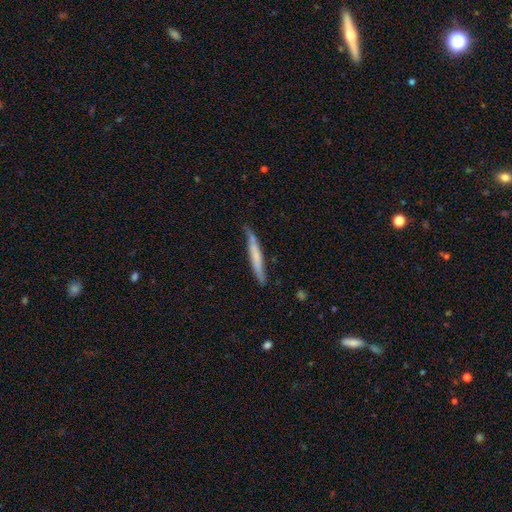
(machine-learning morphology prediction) Q: Smooth or featured?
A: smooth (55%); runner-up: featured or disk (39%)
Q: How rounded?
A: cigar-shaped (95%); runner-up: in between (3%)
Q: Merging?
A: none (72%); runner-up: minor disturbance (22%)